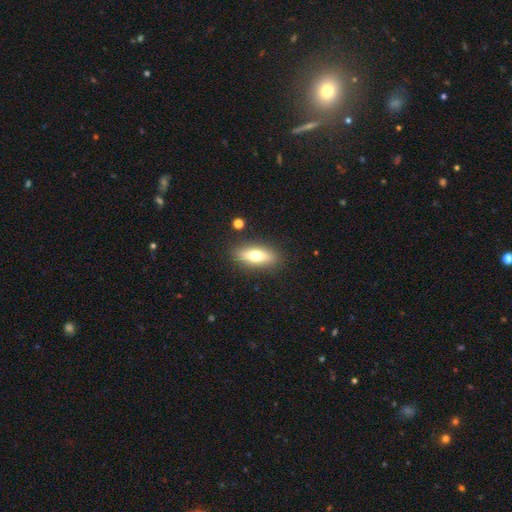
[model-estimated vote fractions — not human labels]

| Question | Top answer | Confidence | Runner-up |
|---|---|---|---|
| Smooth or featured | smooth | 62% | featured or disk (31%) |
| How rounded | in between | 63% | cigar-shaped (33%) |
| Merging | none | 86% | minor disturbance (9%) |